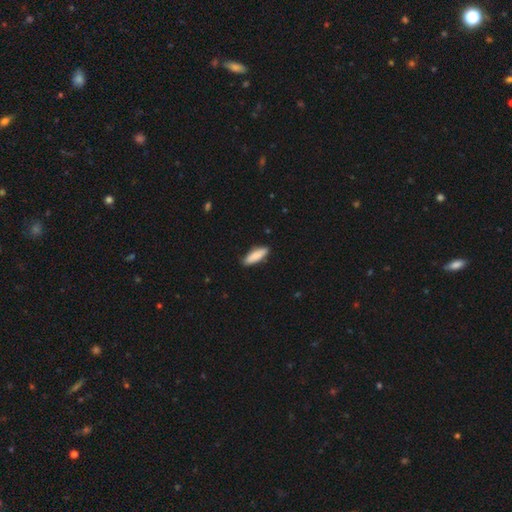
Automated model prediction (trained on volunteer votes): Smooth or featured?
  - smooth: 87% *
  - featured or disk: 7%
  - star or artifact: 5%
How rounded?
  - in between: 54% *
  - cigar-shaped: 44%
  - round: 2%
Merging?
  - none: 88% *
  - minor disturbance: 9%
  - major disturbance: 2%
  - merger: 1%